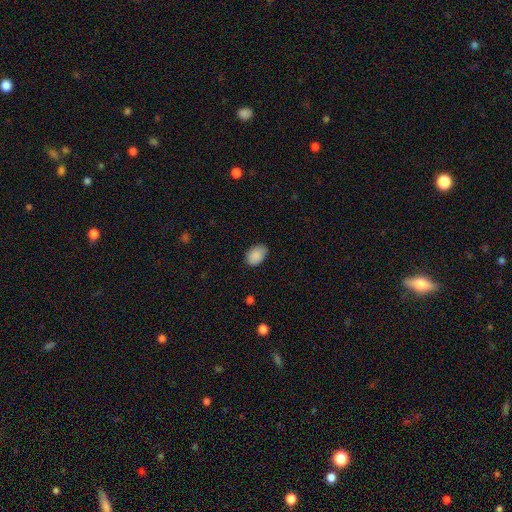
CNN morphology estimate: Smooth or featured? smooth (89%)
How rounded? in between (82%)
Merging? none (80%)